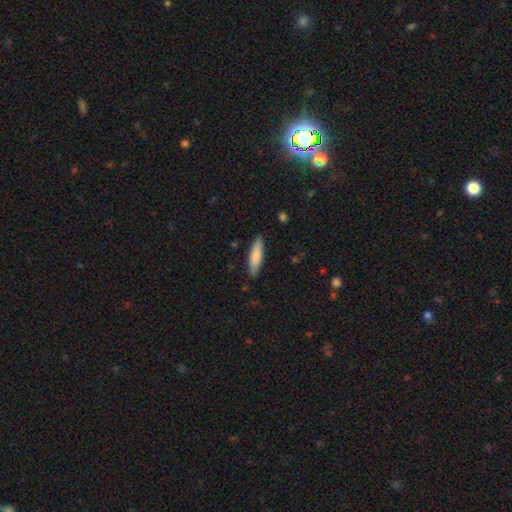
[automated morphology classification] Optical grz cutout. It shows a smooth galaxy with no disk features (81%) that is cigar-shaped (68%). Merging: none (88%).